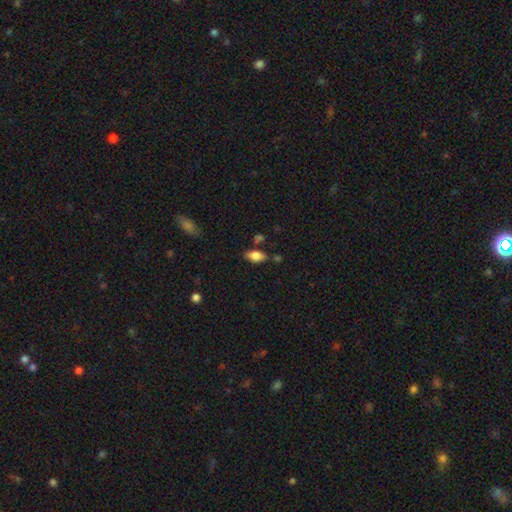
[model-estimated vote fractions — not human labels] This is clearly a smooth galaxy (82%). How rounded: clearly in between (91%). Merging: likely none (74%).